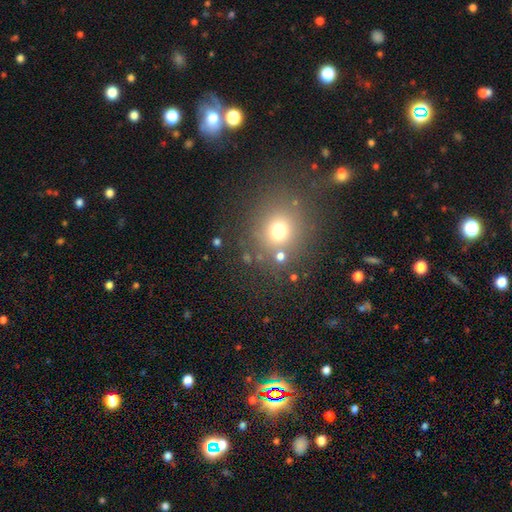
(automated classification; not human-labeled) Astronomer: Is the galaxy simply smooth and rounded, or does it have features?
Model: smooth — 54% (runner-up: star or artifact, 37%).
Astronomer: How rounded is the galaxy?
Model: round — 87%.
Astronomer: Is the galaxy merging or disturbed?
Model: none — 82%.